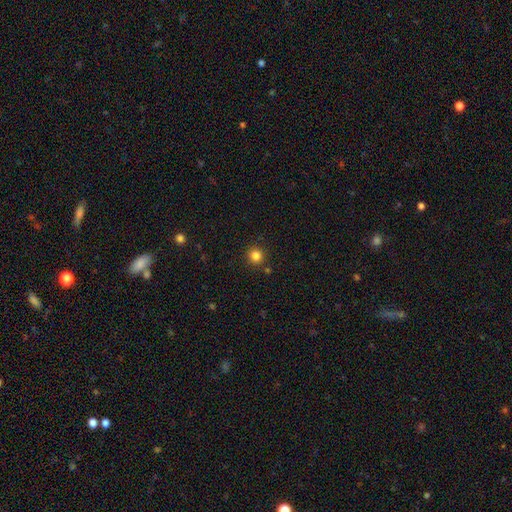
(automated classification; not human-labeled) Smooth or featured? smooth (83%)
How rounded? round (93%)
Merging? none (89%)